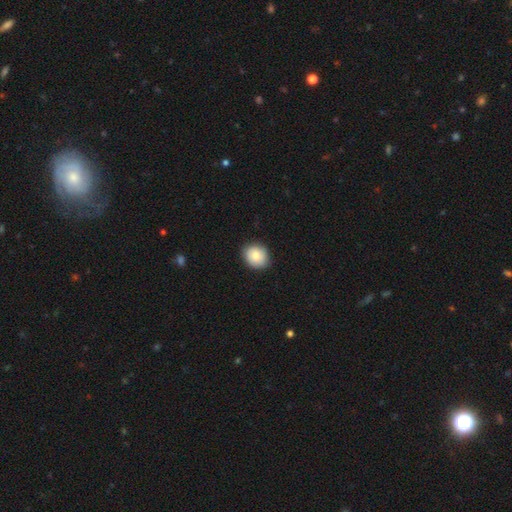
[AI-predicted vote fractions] This is clearly a smooth galaxy (85%). How rounded: likely round (70%). Merging: clearly none (87%).